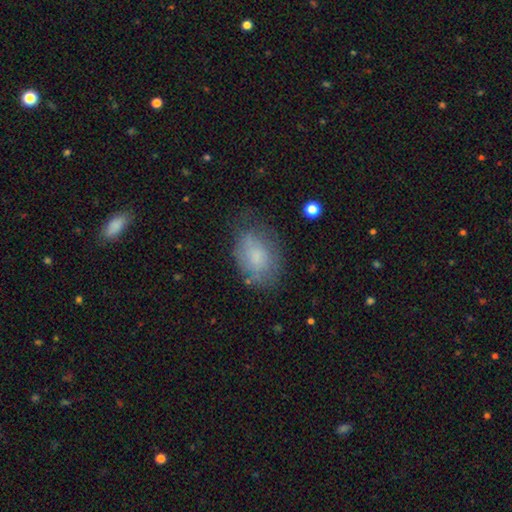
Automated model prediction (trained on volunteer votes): Smooth or featured: smooth — 69% (featured or disk — 22%)
How rounded: in between — 84% (round — 14%)
Merging: none — 62% (minor disturbance — 26%)